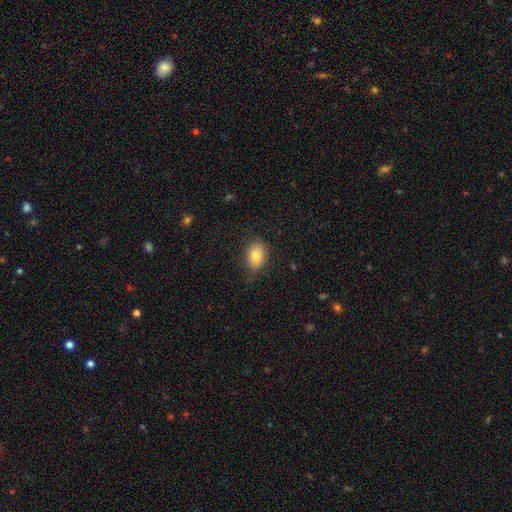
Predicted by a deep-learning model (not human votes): Smooth or featured? smooth (83%)
How rounded? in between (79%)
Merging? none (80%)